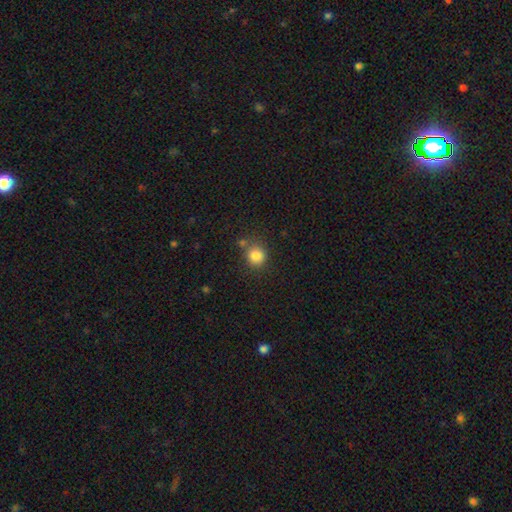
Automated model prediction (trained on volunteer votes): Morphology: type=smooth (85%); roundness=round (85%); merging=none (71%).